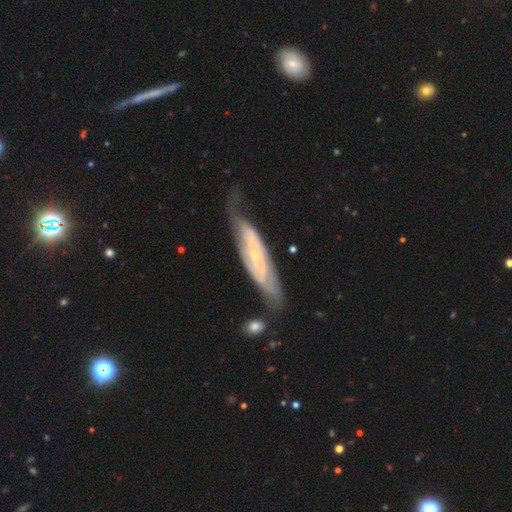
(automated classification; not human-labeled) A featured or disk galaxy (76%) with no bar (69%), spiral arms (81%) and a small central bulge (77%). Merging: none (55%).